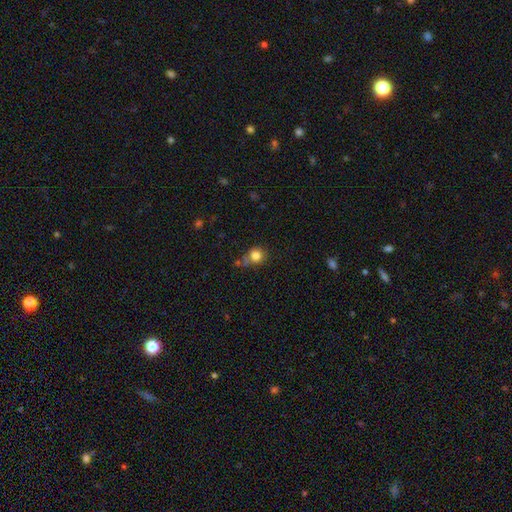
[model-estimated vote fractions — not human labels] This appears to be a smooth galaxy with no disk features (81%) that is round (83%). Merging: none (60%).